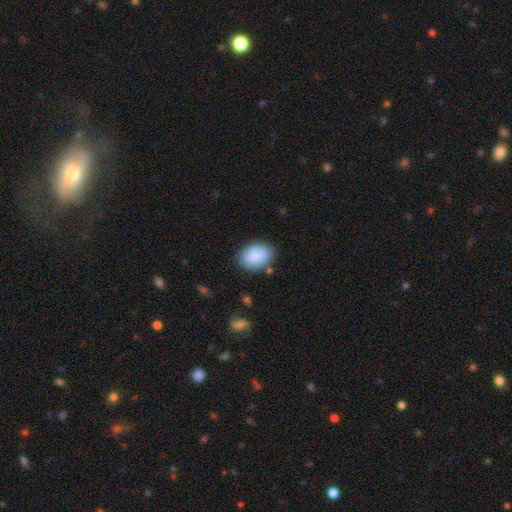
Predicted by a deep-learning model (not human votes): This appears to be a smooth galaxy with no disk features (88%) that is in between round and cigar-shaped (75%). Merging: none (78%).